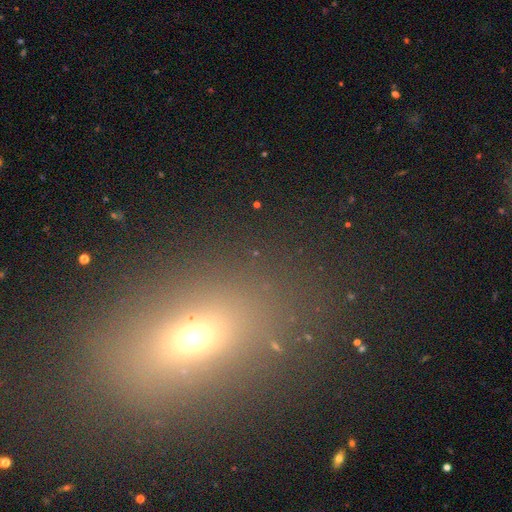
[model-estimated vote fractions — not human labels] The model was most divided on "smooth or featured": smooth: 47%, star or artifact: 39%, featured or disk: 14%. More confident: merging — none (80%).